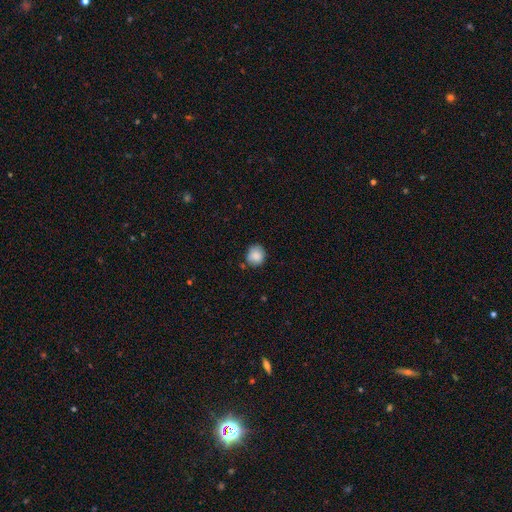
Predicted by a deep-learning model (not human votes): This is clearly a smooth galaxy (87%). How rounded: clearly round (85%). Merging: likely none (78%).